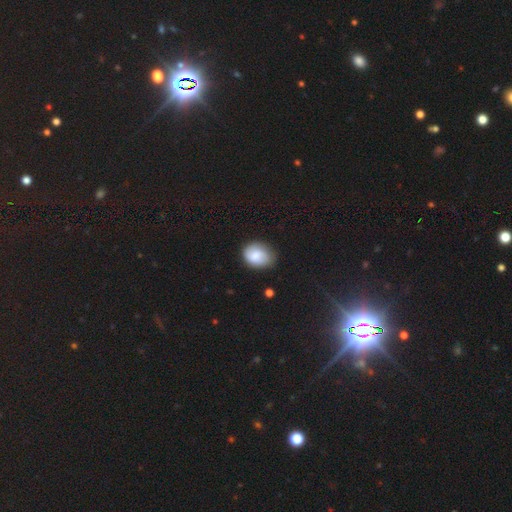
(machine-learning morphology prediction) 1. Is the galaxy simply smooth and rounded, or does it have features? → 75% smooth, 18% featured or disk, 7% star or artifact.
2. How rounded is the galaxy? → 53% in between, 46% round, 1% cigar-shaped.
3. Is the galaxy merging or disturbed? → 70% none, 23% minor disturbance, 5% major disturbance, 2% merger.